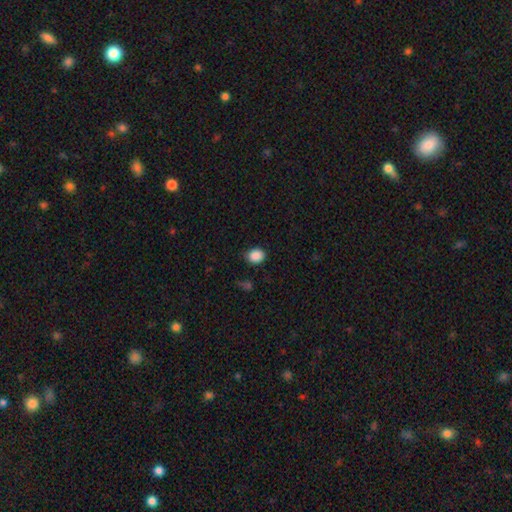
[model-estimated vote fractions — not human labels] A smooth galaxy with no disk features (87%) that is round (63%).

Vote fractions:
- Smooth or featured? smooth: 87% / star or artifact: 10% / featured or disk: 3%
- How rounded? round: 63% / in between: 36% / cigar-shaped: 1%
- Merging? none: 80% / minor disturbance: 15% / major disturbance: 3% / merger: 2%